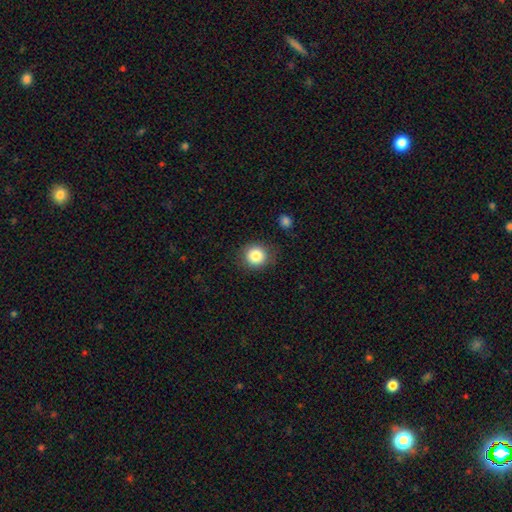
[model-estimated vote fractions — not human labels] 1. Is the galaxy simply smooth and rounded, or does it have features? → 84% smooth, 10% star or artifact, 6% featured or disk.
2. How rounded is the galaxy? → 89% round, 10% in between, 1% cigar-shaped.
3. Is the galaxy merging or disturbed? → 84% none, 10% minor disturbance, 3% major disturbance, 2% merger.